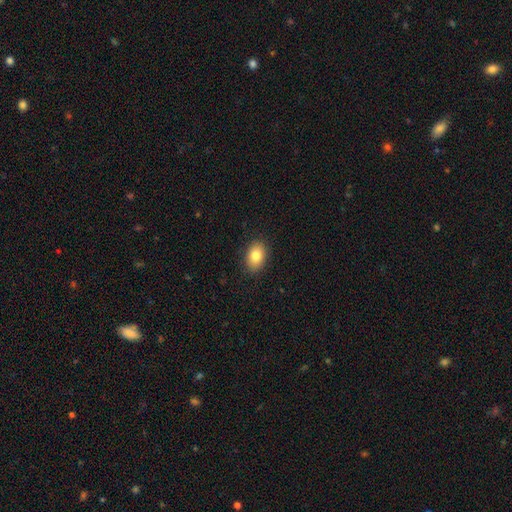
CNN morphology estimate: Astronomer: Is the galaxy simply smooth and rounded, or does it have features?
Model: smooth — 83%.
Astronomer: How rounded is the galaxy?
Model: in between — 79%.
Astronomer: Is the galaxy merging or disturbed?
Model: none — 89%.